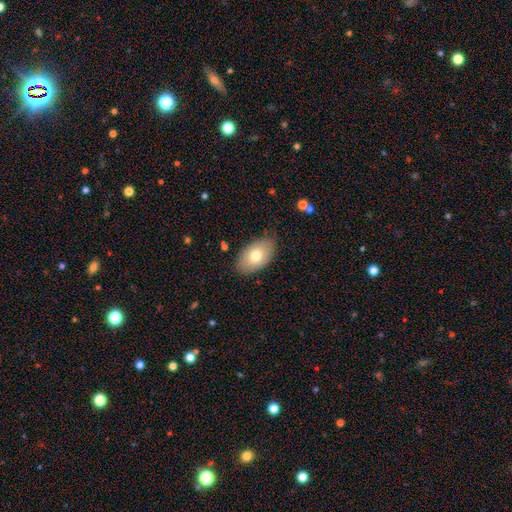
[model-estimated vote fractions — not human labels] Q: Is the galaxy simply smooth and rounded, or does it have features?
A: smooth — 74%.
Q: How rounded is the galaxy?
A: in between — 93%.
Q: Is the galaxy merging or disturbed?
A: none — 81%.